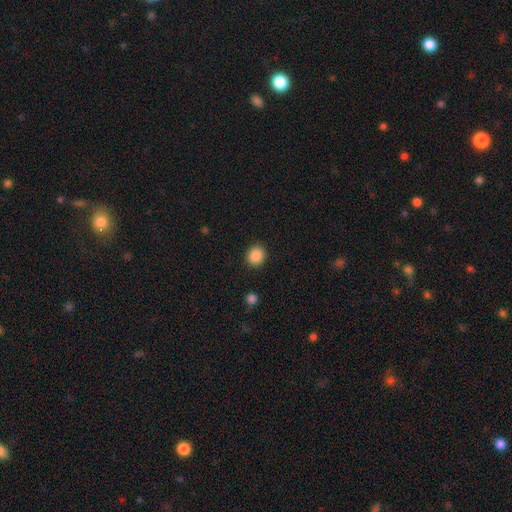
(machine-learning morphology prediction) A smooth galaxy with no disk features (87%) that is round (83%). Merging: none (91%).